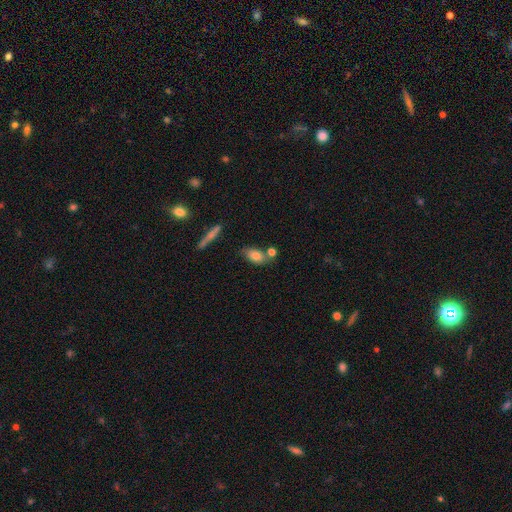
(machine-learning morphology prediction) This appears to be a smooth galaxy with no disk features (77%) that is in between round and cigar-shaped (83%). Merging: none (59%).